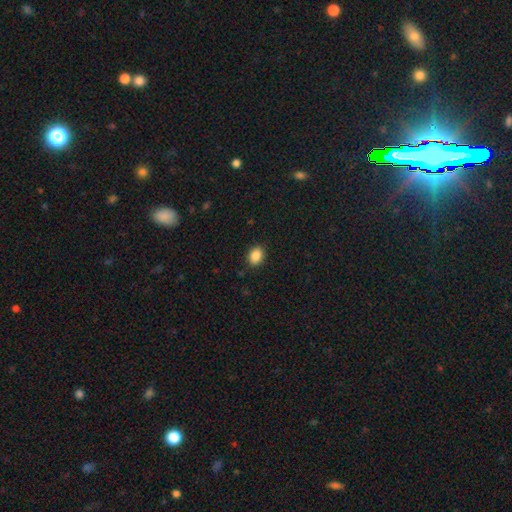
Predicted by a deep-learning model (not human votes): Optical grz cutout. It shows a smooth galaxy with no disk features (88%) that is in between round and cigar-shaped (68%). Merging: none (88%).